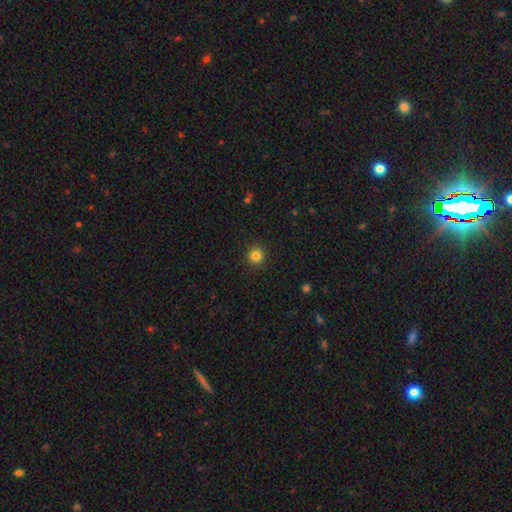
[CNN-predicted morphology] type=smooth (83%); roundness=round (94%); merging=none (92%).